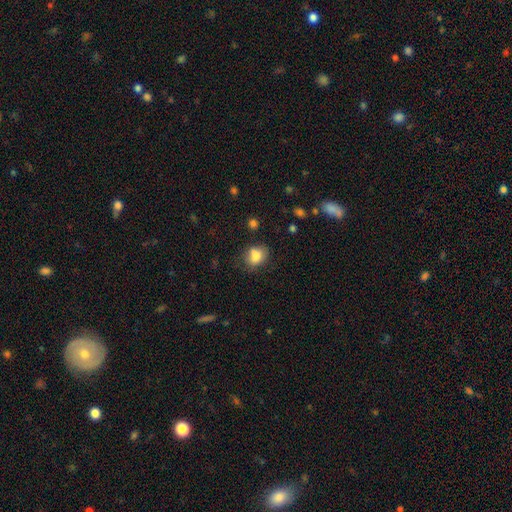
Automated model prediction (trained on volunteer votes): A smooth galaxy with no disk features (80%) that is in between round and cigar-shaped (53%). Merging: none (59%).